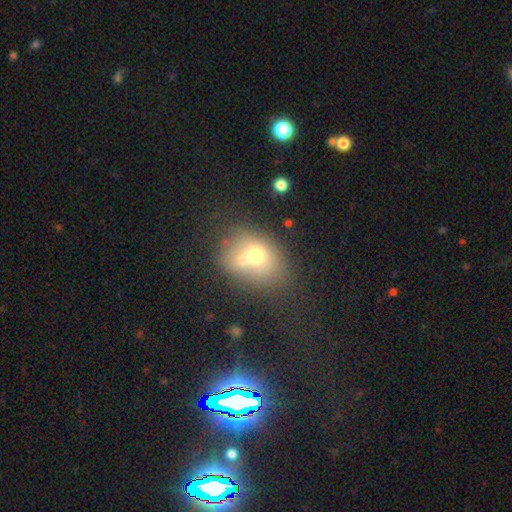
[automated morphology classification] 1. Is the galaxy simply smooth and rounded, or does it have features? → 62% smooth, 26% featured or disk, 12% star or artifact.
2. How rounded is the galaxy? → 53% in between, 46% round, 1% cigar-shaped.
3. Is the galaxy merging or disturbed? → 51% merger, 31% none, 12% minor disturbance, 6% major disturbance.